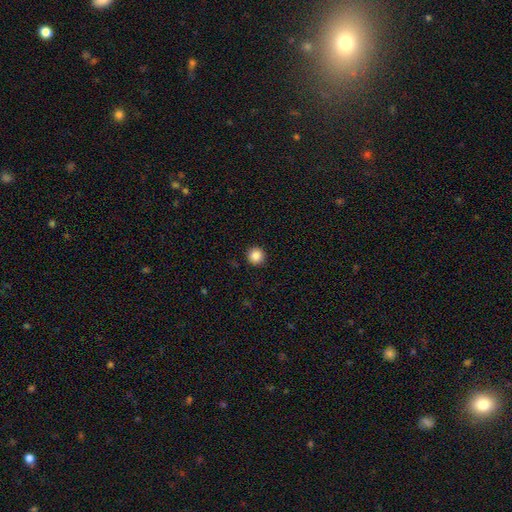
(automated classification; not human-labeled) smooth 87%, star or artifact 10%, featured or disk 3%. Down the decision tree: how rounded — round (95%); merging — none (92%).